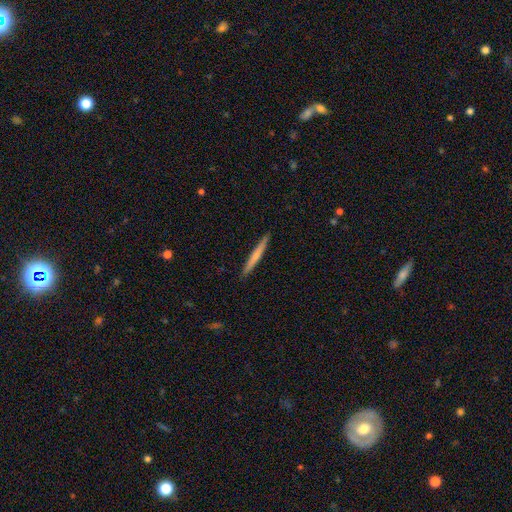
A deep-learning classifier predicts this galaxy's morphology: This is possibly a smooth galaxy (59%). How rounded: clearly cigar-shaped (97%). Merging: clearly none (92%).